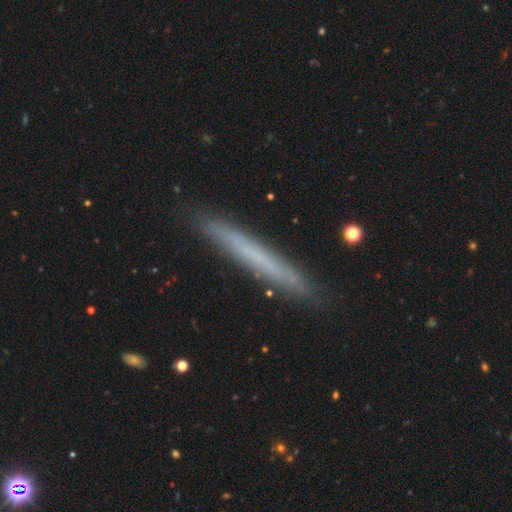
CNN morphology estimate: A smooth galaxy with no disk features (49%).

Vote fractions:
- Smooth or featured? smooth: 49% / featured or disk: 44% / star or artifact: 7%
- Merging? none: 89% / minor disturbance: 9% / major disturbance: 2% / merger: 1%